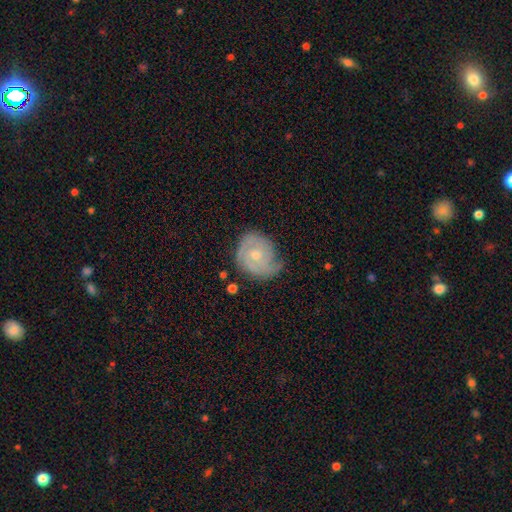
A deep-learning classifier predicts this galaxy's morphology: A featured or disk galaxy (70%) with no bar (73%), 2 (39%) tight (60%) spiral arms (89%) and a small central bulge (52%). Merging: none (60%).